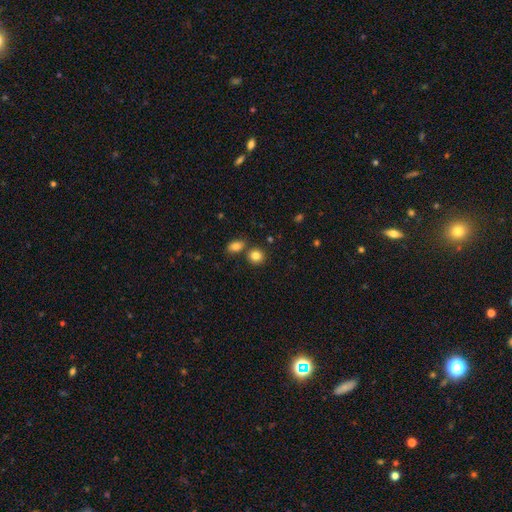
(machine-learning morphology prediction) smooth_or_featured: smooth (p=0.83) [alt: star or artifact p=0.11]
how_rounded: round (p=0.84) [alt: in between p=0.15]
merging: none (p=0.72) [alt: merger p=0.17]